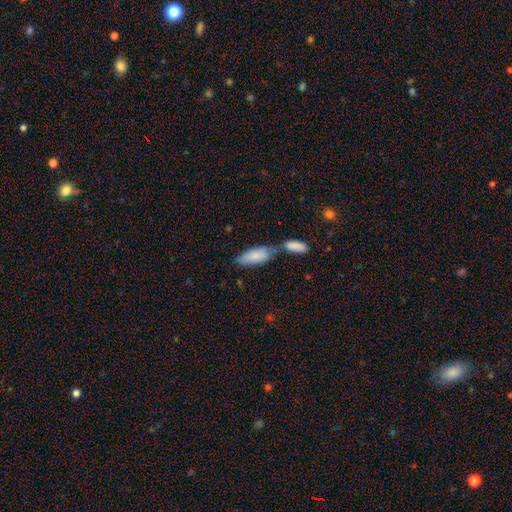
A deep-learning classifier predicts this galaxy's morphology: The model was most divided on "merging": merger: 48%, none: 32%, minor disturbance: 15%, major disturbance: 5%. More confident: smooth or featured — smooth (82%); how rounded — in between (76%).